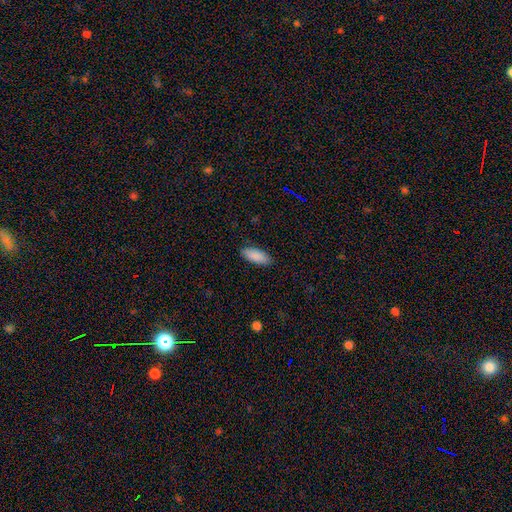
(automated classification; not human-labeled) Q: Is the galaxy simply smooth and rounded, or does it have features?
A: smooth — 89%.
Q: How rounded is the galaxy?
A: in between — 83%.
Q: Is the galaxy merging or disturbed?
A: none — 88%.